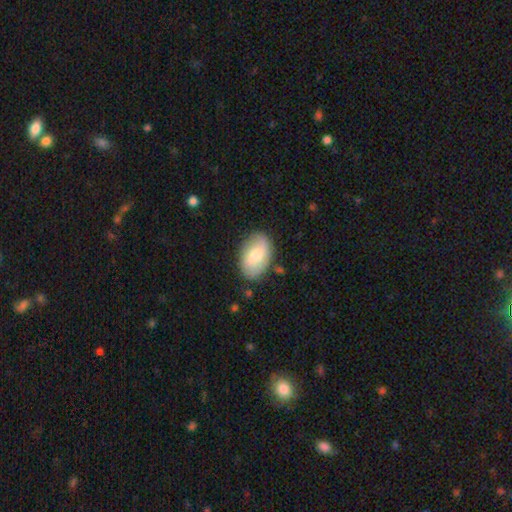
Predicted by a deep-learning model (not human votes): Smooth or featured? smooth (67%)
How rounded? in between (89%)
Merging? none (81%)